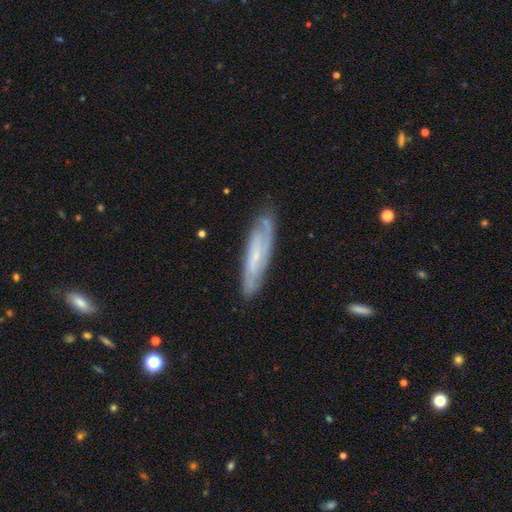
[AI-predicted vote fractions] Morphology: type=featured or disk (66%); edge-on=no (66%); merging=none (77%).